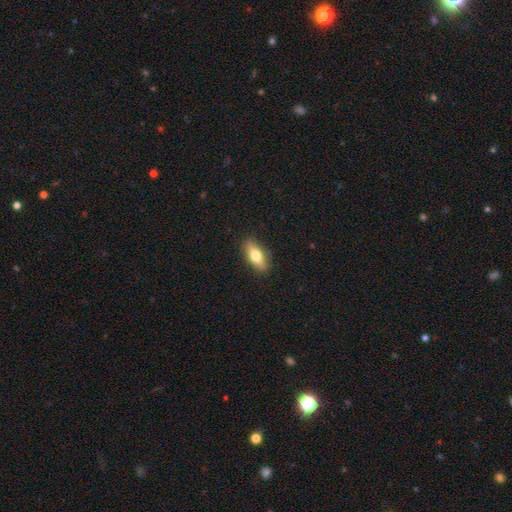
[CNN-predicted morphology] smooth-or-featured: smooth: 67% | featured or disk: 26% | star or artifact: 7%
  how-rounded: in between: 74% | cigar-shaped: 21% | round: 5%
  merging: none: 88% | minor disturbance: 9% | major disturbance: 2% | merger: 1%